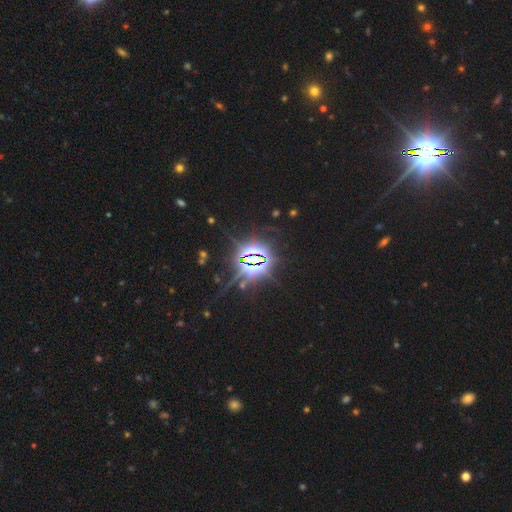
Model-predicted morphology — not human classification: star or artifact 85%, featured or disk 7%, smooth 7%.